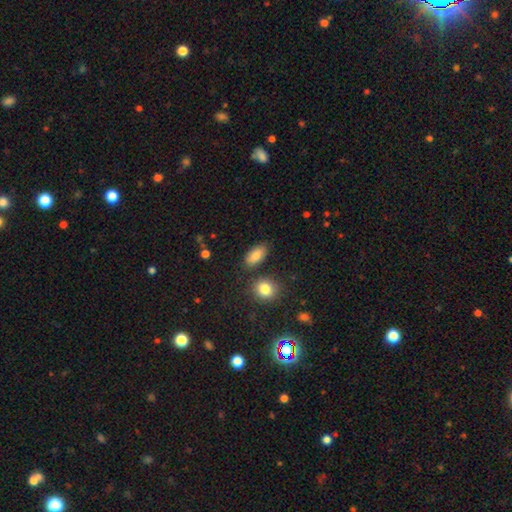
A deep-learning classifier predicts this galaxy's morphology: A smooth galaxy with no disk features (83%) that is in between round and cigar-shaped (89%).

Vote fractions:
- Smooth or featured? smooth: 83% / featured or disk: 8% / star or artifact: 8%
- How rounded? in between: 89% / cigar-shaped: 6% / round: 5%
- Merging? none: 79% / minor disturbance: 12% / merger: 6% / major disturbance: 3%